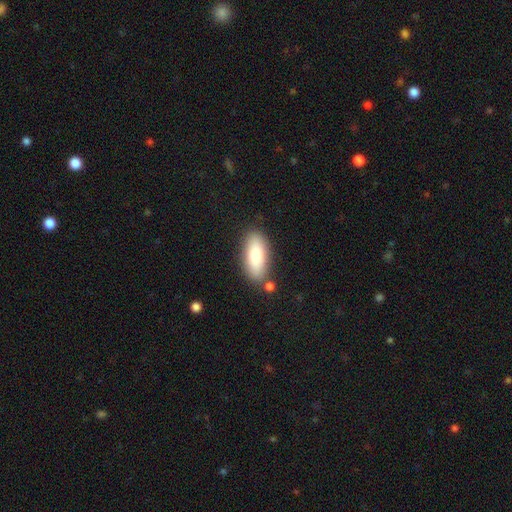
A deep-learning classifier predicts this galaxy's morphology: A smooth galaxy with no disk features (78%) that is in between round and cigar-shaped (76%). Merging: none (80%).